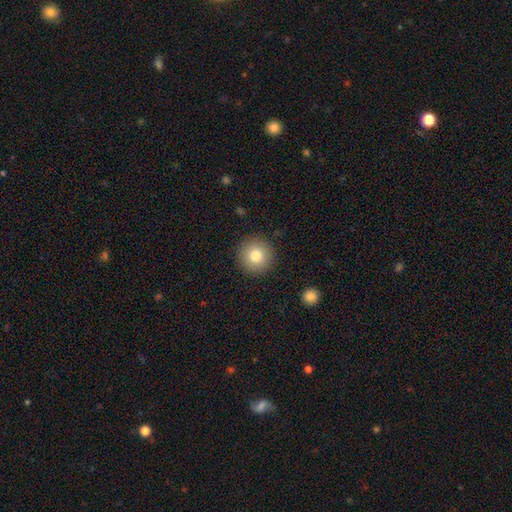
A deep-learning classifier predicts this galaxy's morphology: Smooth or featured?
  - smooth: 80% *
  - featured or disk: 10%
  - star or artifact: 10%
How rounded?
  - round: 96% *
  - in between: 3%
  - cigar-shaped: 1%
Merging?
  - none: 91% *
  - minor disturbance: 6%
  - major disturbance: 2%
  - merger: 1%